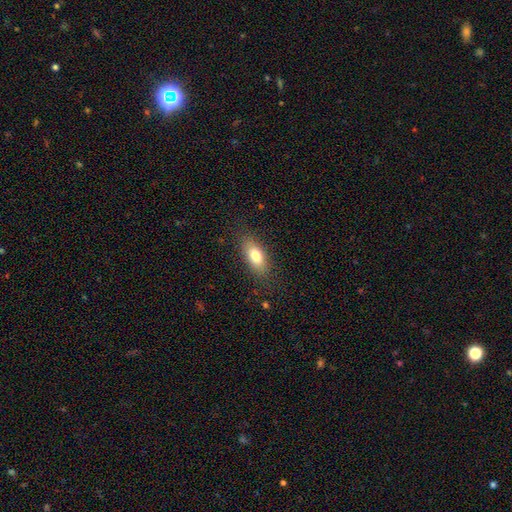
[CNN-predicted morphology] A smooth galaxy with no disk features (77%) that is in between round and cigar-shaped (81%).

Vote fractions:
- Smooth or featured? smooth: 77% / featured or disk: 15% / star or artifact: 8%
- How rounded? in between: 81% / cigar-shaped: 14% / round: 5%
- Merging? none: 83% / minor disturbance: 12% / major disturbance: 4% / merger: 1%